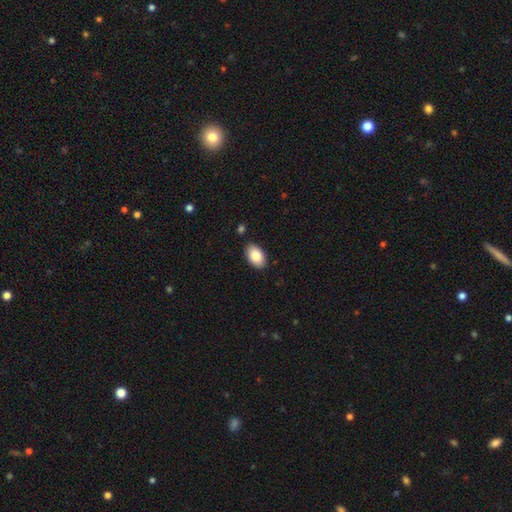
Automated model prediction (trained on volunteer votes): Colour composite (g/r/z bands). It shows a smooth galaxy with no disk features (86%) that is in between round and cigar-shaped (93%). Merging: none (87%).